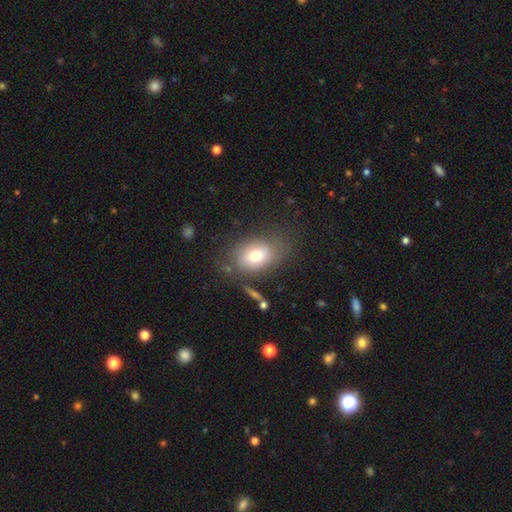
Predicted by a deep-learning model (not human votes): Smooth or featured: smooth — 72% (featured or disk — 18%)
How rounded: in between — 70% (round — 29%)
Merging: none — 66% (minor disturbance — 19%)